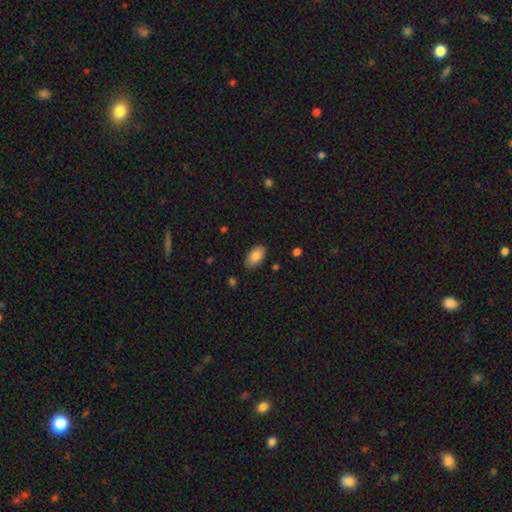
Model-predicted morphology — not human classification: Smooth or featured? Predicted: smooth (p=0.85). How rounded? Predicted: in between (p=0.94). Merging? Predicted: none (p=0.85).